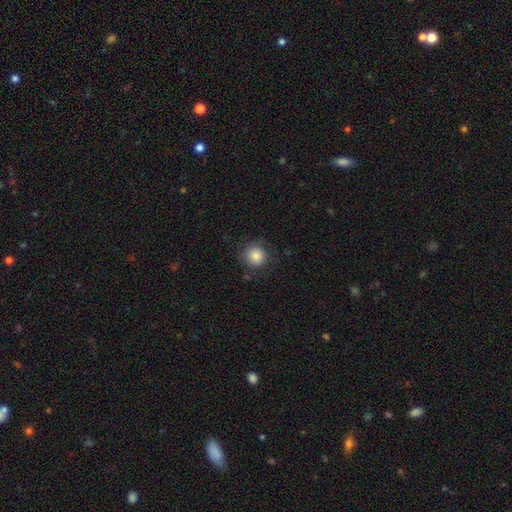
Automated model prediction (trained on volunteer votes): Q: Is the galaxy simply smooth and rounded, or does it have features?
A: smooth — 83%.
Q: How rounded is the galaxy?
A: round — 93%.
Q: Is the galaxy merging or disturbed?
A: none — 81%.